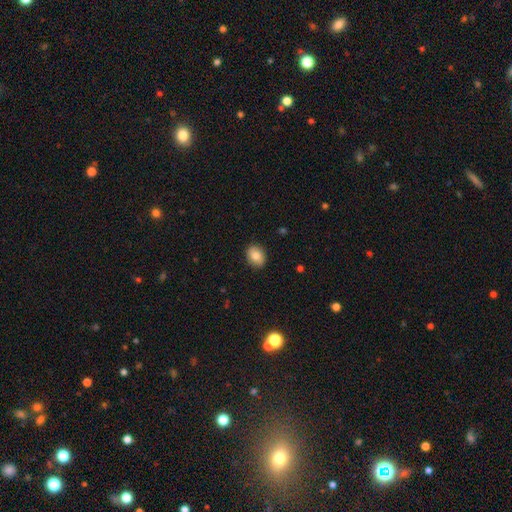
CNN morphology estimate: A smooth galaxy with no disk features (83%) that is in between round and cigar-shaped (62%). Merging: none (89%).